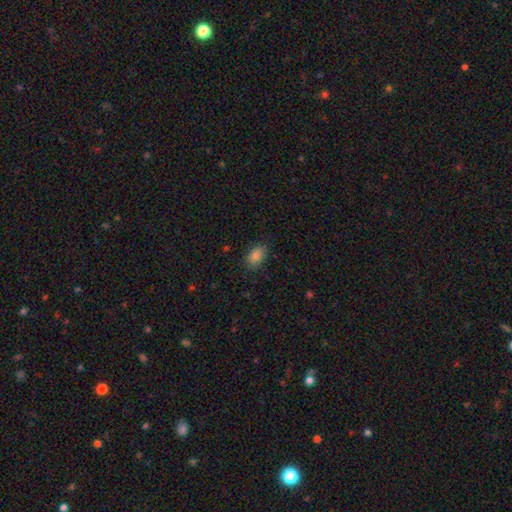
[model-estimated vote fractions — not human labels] smooth_or_featured: smooth (p=0.85) [alt: star or artifact p=0.09]
how_rounded: in between (p=0.88) [alt: round p=0.10]
merging: none (p=0.85) [alt: minor disturbance p=0.12]